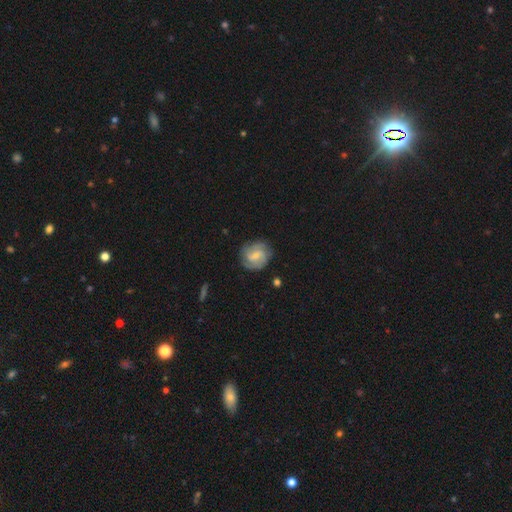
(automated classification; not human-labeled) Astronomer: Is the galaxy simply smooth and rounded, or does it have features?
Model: featured or disk — 62%.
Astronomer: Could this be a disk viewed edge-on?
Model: no — 97%.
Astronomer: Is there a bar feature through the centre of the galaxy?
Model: weak — 58%.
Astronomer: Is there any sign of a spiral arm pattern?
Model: yes — 88%.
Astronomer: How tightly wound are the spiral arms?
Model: tight — 42% (runner-up: medium, 41%).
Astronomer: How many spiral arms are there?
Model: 2 — 43% (runner-up: can't tell, 27%).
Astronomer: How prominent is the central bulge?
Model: small — 51% (runner-up: moderate, 35%).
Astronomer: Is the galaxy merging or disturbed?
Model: none — 76%.